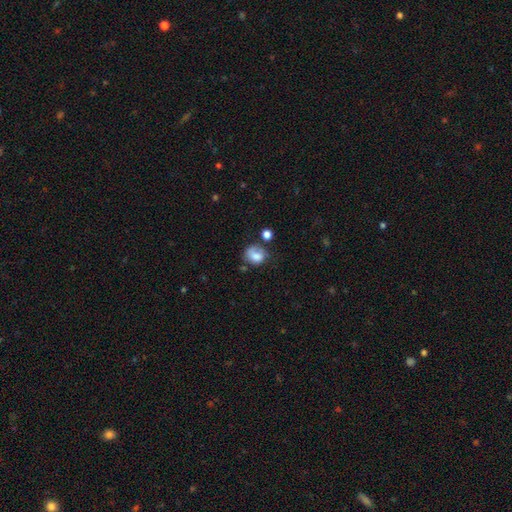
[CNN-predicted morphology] Smooth or featured? Predicted: smooth (p=0.73). How rounded? Predicted: round (p=0.60). Merging? Predicted: none (p=0.42).